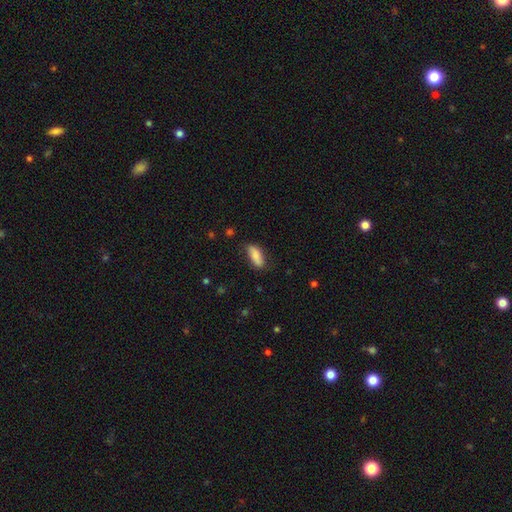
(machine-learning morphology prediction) A smooth galaxy with no disk features (84%) that is in between round and cigar-shaped (78%).

Vote fractions:
- Smooth or featured? smooth: 84% / featured or disk: 10% / star or artifact: 6%
- How rounded? in between: 78% / cigar-shaped: 20% / round: 2%
- Merging? none: 74% / minor disturbance: 20% / major disturbance: 5% / merger: 2%